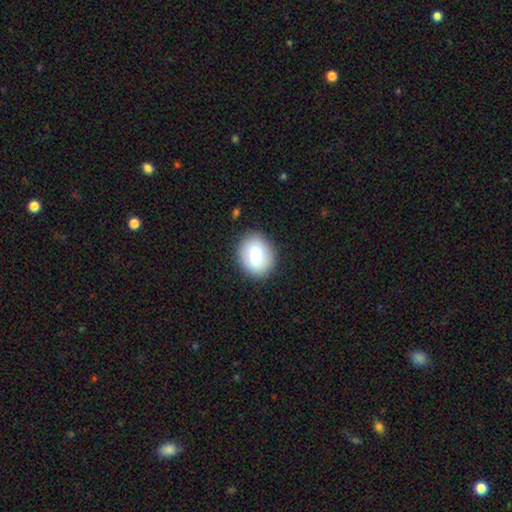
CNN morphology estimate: A smooth galaxy with no disk features (78%) that is in between round and cigar-shaped (53%). Merging: none (85%).